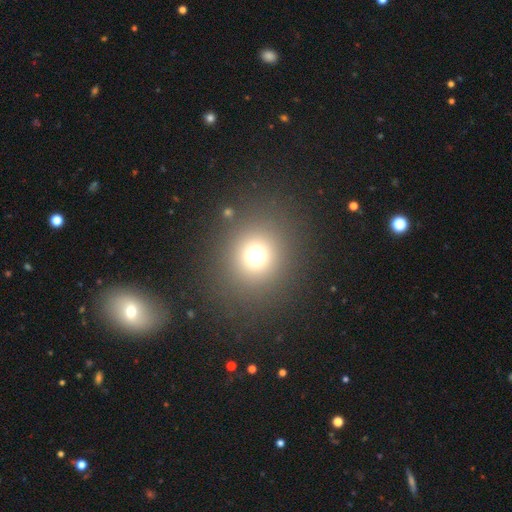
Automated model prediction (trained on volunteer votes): smooth_or_featured: smooth (p=0.69) [alt: star or artifact p=0.22]
how_rounded: round (p=0.89) [alt: in between p=0.10]
merging: none (p=0.86) [alt: minor disturbance p=0.07]